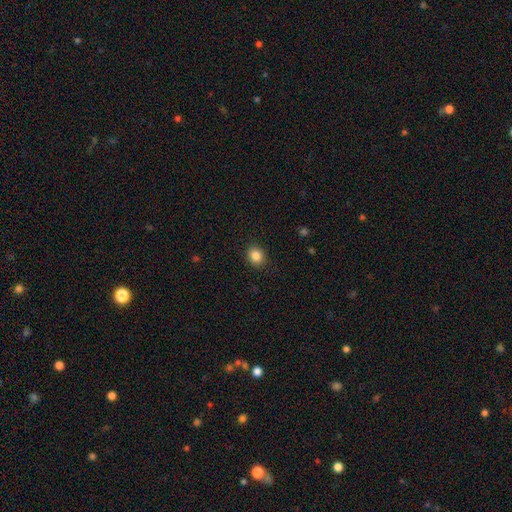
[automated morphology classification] type=smooth (86%); roundness=round (72%); merging=none (90%).